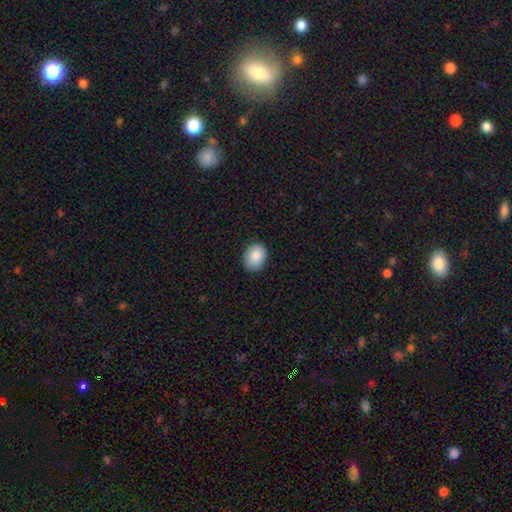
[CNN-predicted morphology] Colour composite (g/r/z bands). It shows a smooth galaxy with no disk features (88%) that is in between round and cigar-shaped (54%). Merging: none (85%).